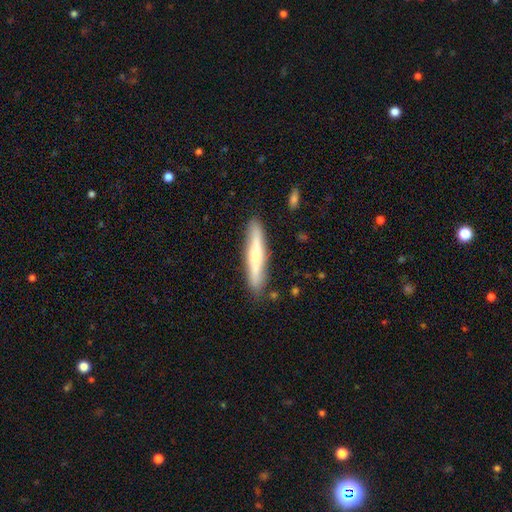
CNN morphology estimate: type=smooth (47%, tied with featured or disk); merging=none (86%).